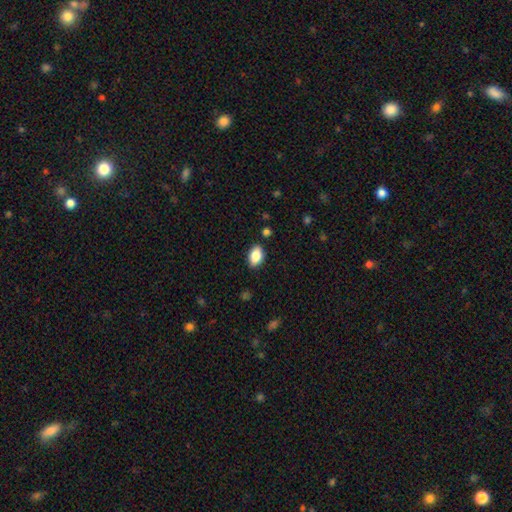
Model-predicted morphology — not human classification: Smooth or featured: smooth — 86% (star or artifact — 8%)
How rounded: in between — 91% (round — 7%)
Merging: none — 86% (minor disturbance — 10%)